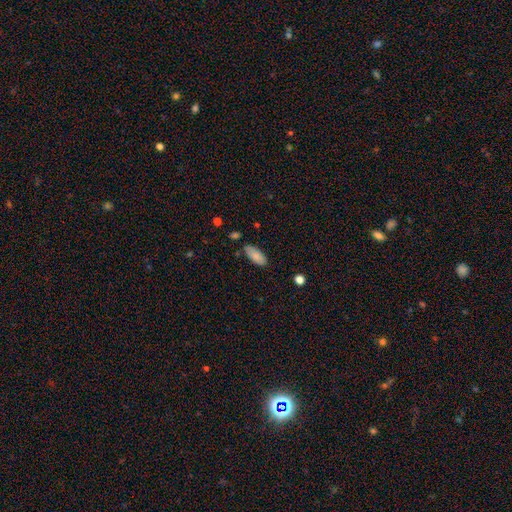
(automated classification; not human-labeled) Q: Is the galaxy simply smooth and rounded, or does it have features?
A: smooth — 85%.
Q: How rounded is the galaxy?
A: in between — 86%.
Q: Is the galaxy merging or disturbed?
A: none — 76%.